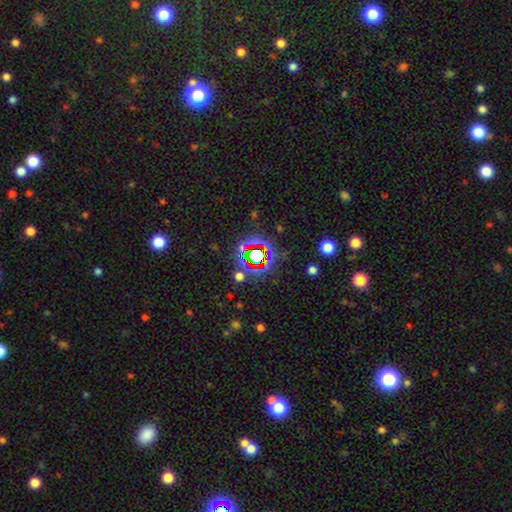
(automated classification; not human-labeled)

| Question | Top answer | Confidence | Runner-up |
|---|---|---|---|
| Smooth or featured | star or artifact | 69% | smooth (19%) |